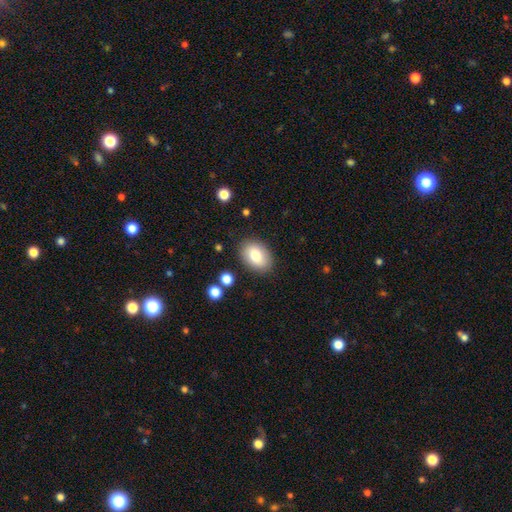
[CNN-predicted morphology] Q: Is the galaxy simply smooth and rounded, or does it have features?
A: smooth — 79%.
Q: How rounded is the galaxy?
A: in between — 81%.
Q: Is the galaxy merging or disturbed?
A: none — 85%.